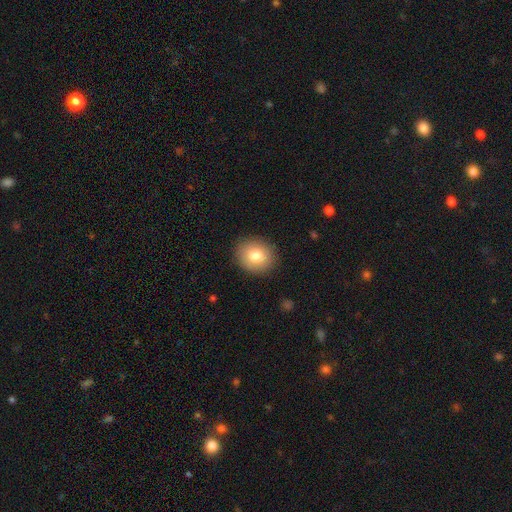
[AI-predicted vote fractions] A smooth galaxy with no disk features (80%) that is round (70%). Merging: none (89%).